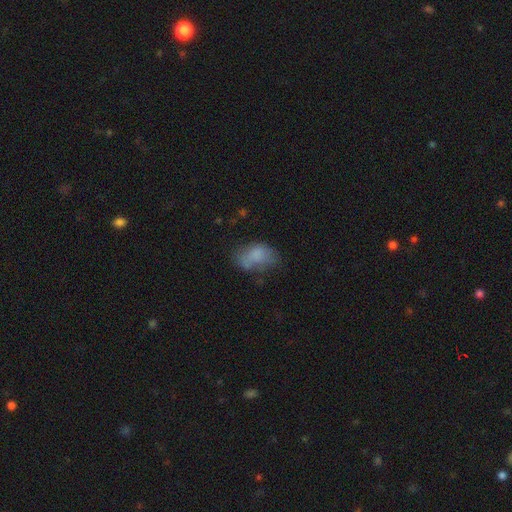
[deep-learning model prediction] The model was most divided on "merging": none: 39%, minor disturbance: 30%, major disturbance: 20%, merger: 11%. More confident: how rounded — in between (89%); smooth or featured — smooth (71%).